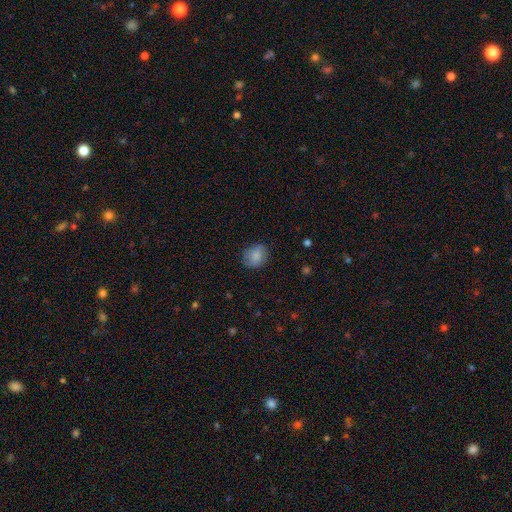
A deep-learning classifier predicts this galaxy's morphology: Smooth or featured?
  - smooth: 83% *
  - featured or disk: 9%
  - star or artifact: 8%
How rounded?
  - round: 58% *
  - in between: 41%
  - cigar-shaped: 1%
Merging?
  - none: 82% *
  - minor disturbance: 14%
  - major disturbance: 4%
  - merger: 1%